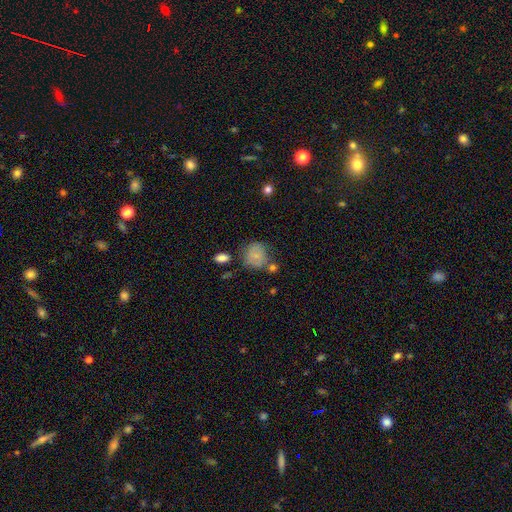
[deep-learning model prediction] The model was most divided on "merging": none: 55%, minor disturbance: 24%, merger: 11%, major disturbance: 10%. More confident: how rounded — round (73%); smooth or featured — smooth (68%).